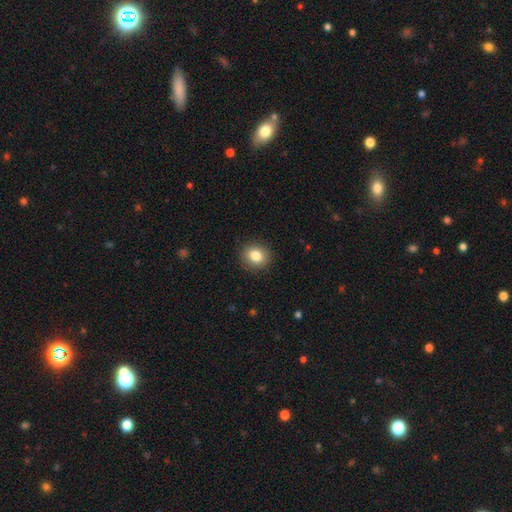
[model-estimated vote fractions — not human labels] Q: Smooth or featured?
A: smooth (84%); runner-up: star or artifact (9%)
Q: How rounded?
A: round (76%); runner-up: in between (23%)
Q: Merging?
A: none (90%); runner-up: minor disturbance (7%)